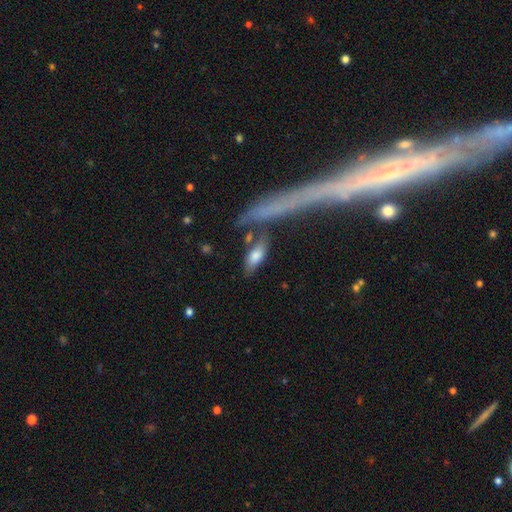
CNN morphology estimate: Smooth or featured?
  - smooth: 73% *
  - featured or disk: 20%
  - star or artifact: 7%
How rounded?
  - in between: 75% *
  - cigar-shaped: 21%
  - round: 3%
Merging?
  - none: 57% *
  - minor disturbance: 19%
  - merger: 16%
  - major disturbance: 8%